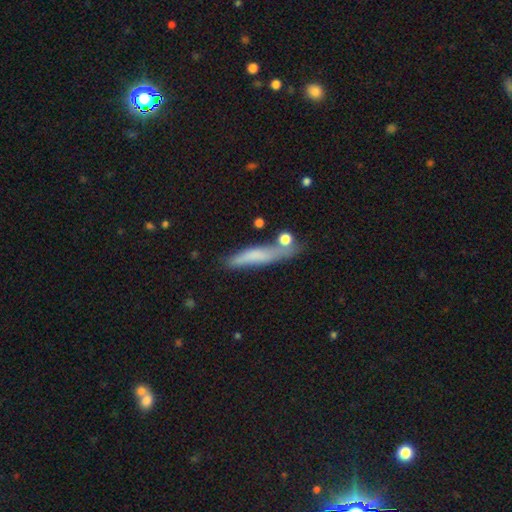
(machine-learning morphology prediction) smooth-or-featured: smooth: 64% | featured or disk: 27% | star or artifact: 9%
  how-rounded: cigar-shaped: 85% | in between: 12% | round: 3%
  merging: none: 61% | minor disturbance: 22% | merger: 10% | major disturbance: 7%